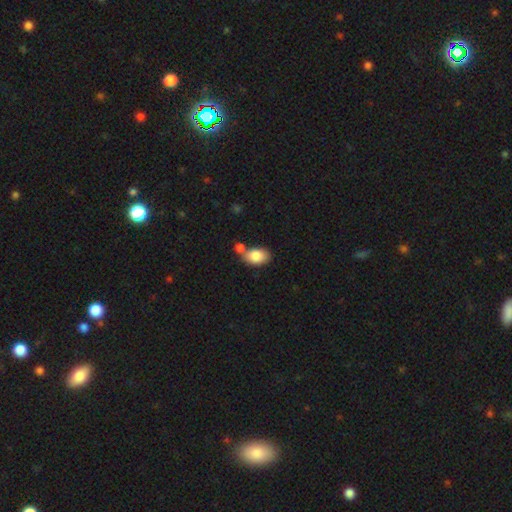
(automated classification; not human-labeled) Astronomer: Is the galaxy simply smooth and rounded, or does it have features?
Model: smooth — 84%.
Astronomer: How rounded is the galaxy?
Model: in between — 89%.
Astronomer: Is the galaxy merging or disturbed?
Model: none — 49% (runner-up: merger, 32%).